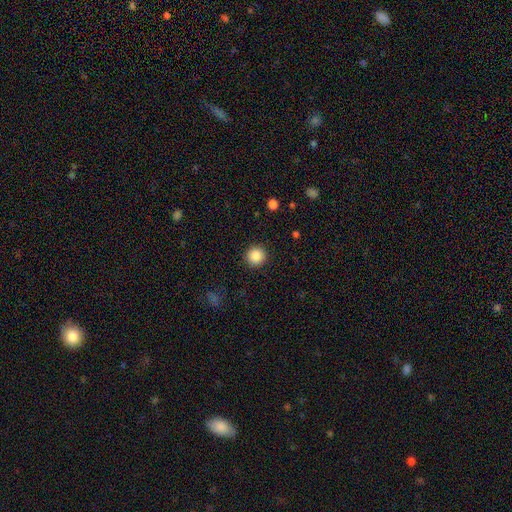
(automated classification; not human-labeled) Q: Smooth or featured?
A: smooth (87%); runner-up: star or artifact (10%)
Q: How rounded?
A: round (95%); runner-up: in between (4%)
Q: Merging?
A: none (92%); runner-up: minor disturbance (5%)